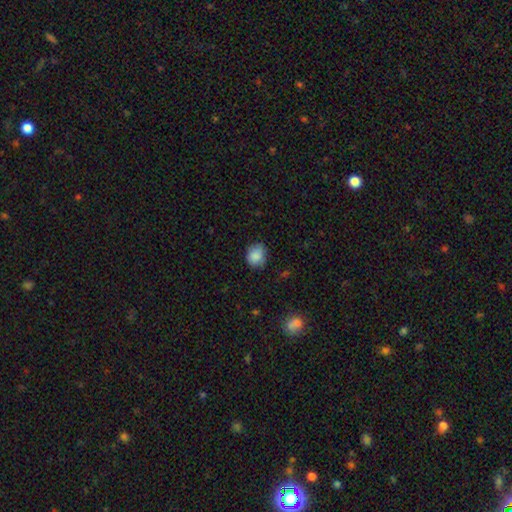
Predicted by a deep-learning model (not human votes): smooth 86%, star or artifact 8%, featured or disk 5%. Down the decision tree: how rounded — round (66%); merging — none (75%).